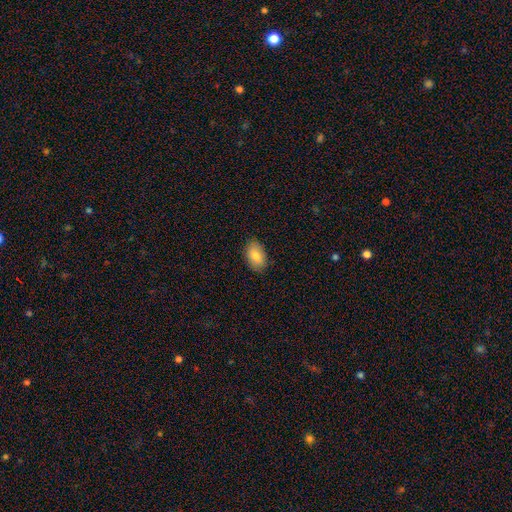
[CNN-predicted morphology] Q: Smooth or featured?
A: smooth (83%); runner-up: featured or disk (10%)
Q: How rounded?
A: in between (90%); runner-up: round (8%)
Q: Merging?
A: none (86%); runner-up: minor disturbance (11%)